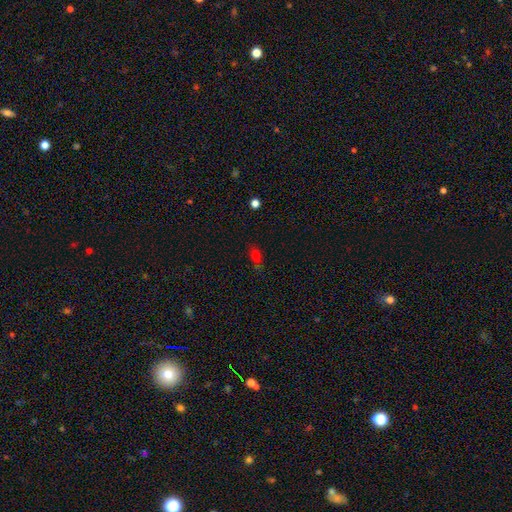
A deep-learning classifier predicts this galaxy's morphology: Smooth or featured?
  - smooth: 67% *
  - star or artifact: 20%
  - featured or disk: 14%
How rounded?
  - in between: 71% *
  - cigar-shaped: 17%
  - round: 11%
Merging?
  - none: 68% *
  - minor disturbance: 21%
  - major disturbance: 6%
  - merger: 4%